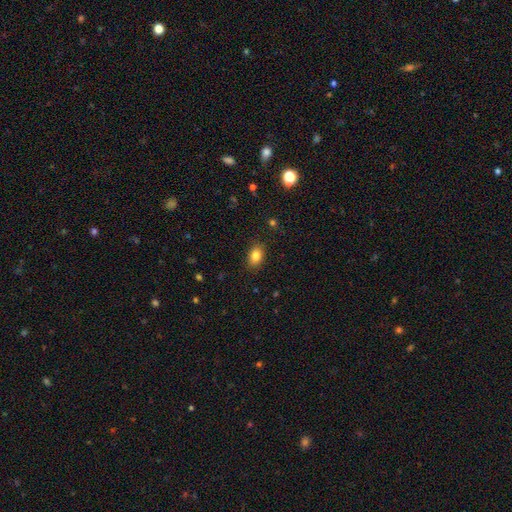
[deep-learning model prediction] Overall: smooth (83%). How rounded: in between (81%). Merging: none (87%).